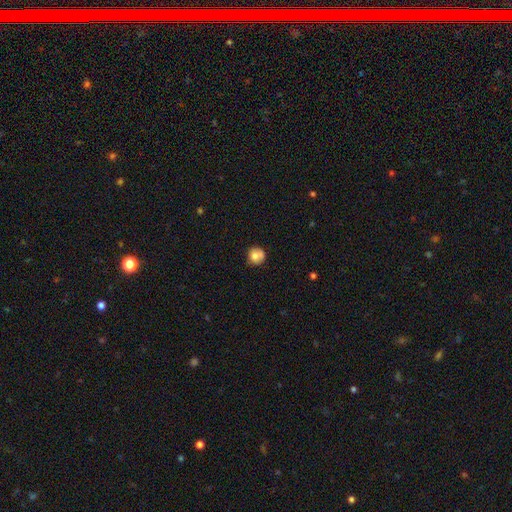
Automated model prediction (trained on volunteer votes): smooth-or-featured: smooth: 73% | featured or disk: 18% | star or artifact: 9%
  how-rounded: round: 88% | in between: 11% | cigar-shaped: 1%
  merging: none: 65% | minor disturbance: 20% | merger: 9% | major disturbance: 6%